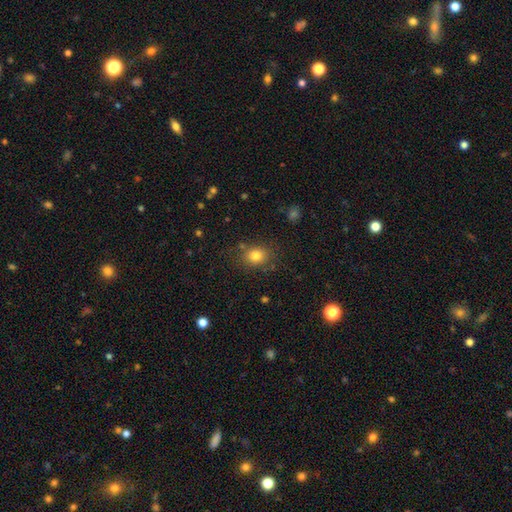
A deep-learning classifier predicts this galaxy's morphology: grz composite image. It shows a smooth galaxy with no disk features (80%) that is round (58%). Merging: none (80%).